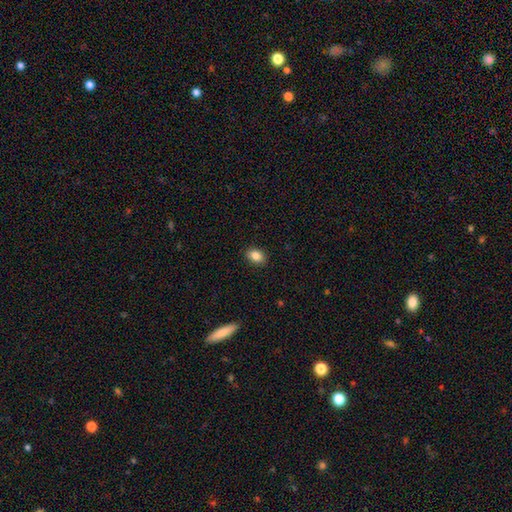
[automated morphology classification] A smooth galaxy with no disk features (85%) that is in between round and cigar-shaped (80%).

Vote fractions:
- Smooth or featured? smooth: 85% / star or artifact: 8% / featured or disk: 7%
- How rounded? in between: 80% / round: 18% / cigar-shaped: 1%
- Merging? none: 89% / minor disturbance: 8% / major disturbance: 2% / merger: 1%